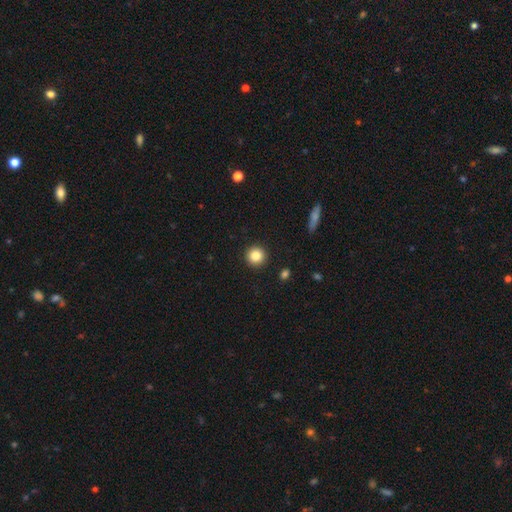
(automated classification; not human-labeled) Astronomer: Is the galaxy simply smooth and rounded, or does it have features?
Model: smooth — 85%.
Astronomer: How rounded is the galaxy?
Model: round — 95%.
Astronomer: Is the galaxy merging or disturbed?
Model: none — 93%.